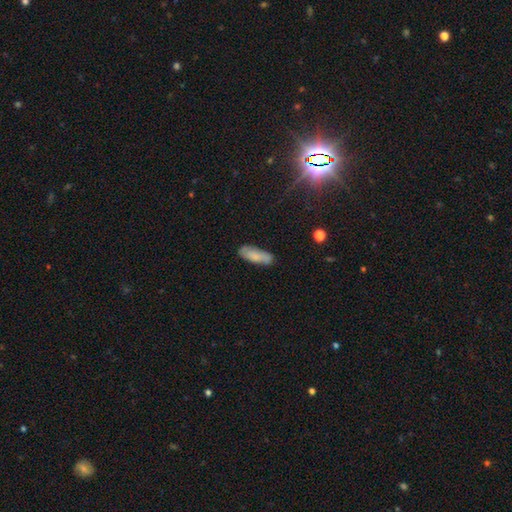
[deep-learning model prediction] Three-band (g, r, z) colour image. It shows a smooth galaxy with no disk features (74%) that is in between round and cigar-shaped (59%). Merging: none (77%).